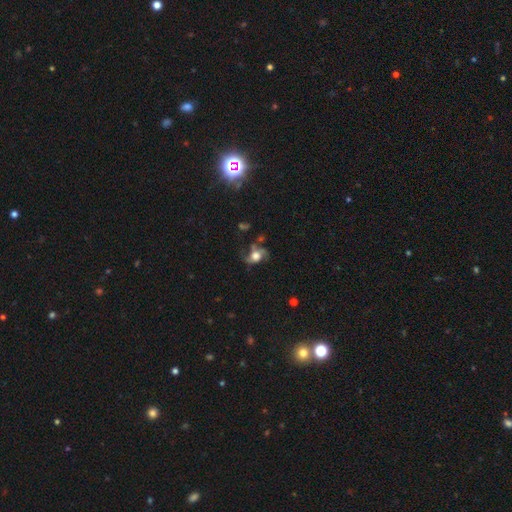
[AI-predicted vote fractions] featured or disk 52%, smooth 36%, star or artifact 12%. Down the decision tree: edge-on disk — no (95%); merging — none (44%).